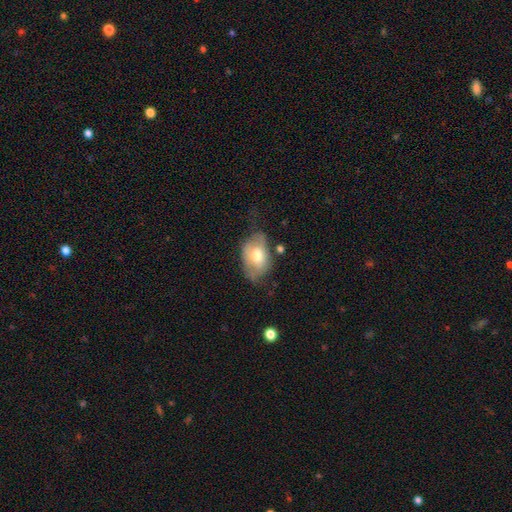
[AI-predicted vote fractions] A smooth galaxy with no disk features (57%) that is in between round and cigar-shaped (88%). Merging: none (47%).